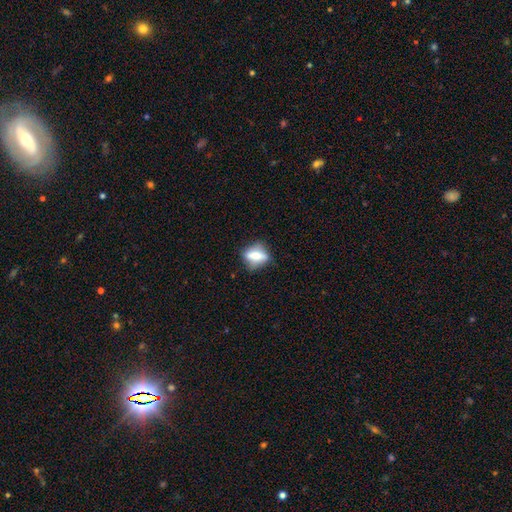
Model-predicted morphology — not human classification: A smooth galaxy with no disk features (51%) that is in between round and cigar-shaped (56%). Merging: none (72%).